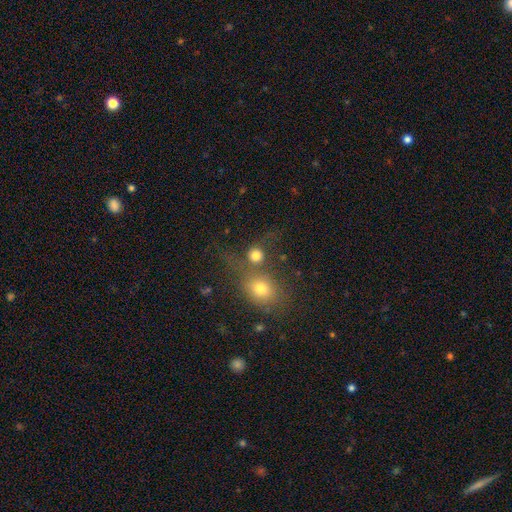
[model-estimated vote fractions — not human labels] smooth-or-featured: smooth: 75% | star or artifact: 14% | featured or disk: 11%
  how-rounded: round: 85% | in between: 13% | cigar-shaped: 1%
  merging: none: 46% | merger: 36% | minor disturbance: 9% | major disturbance: 9%